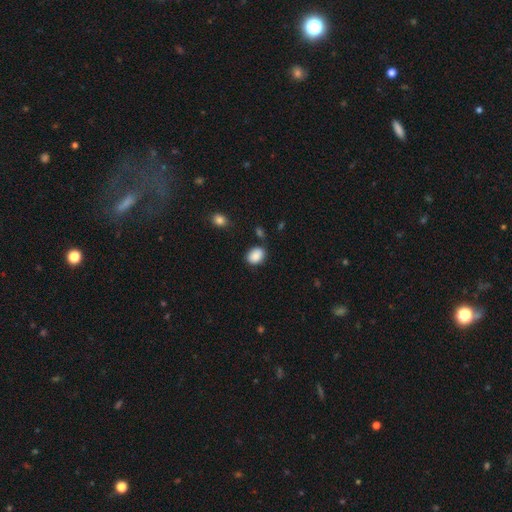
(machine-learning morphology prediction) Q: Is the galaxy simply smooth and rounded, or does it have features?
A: smooth — 88%.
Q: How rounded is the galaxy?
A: in between — 64%.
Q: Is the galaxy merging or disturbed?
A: none — 78%.